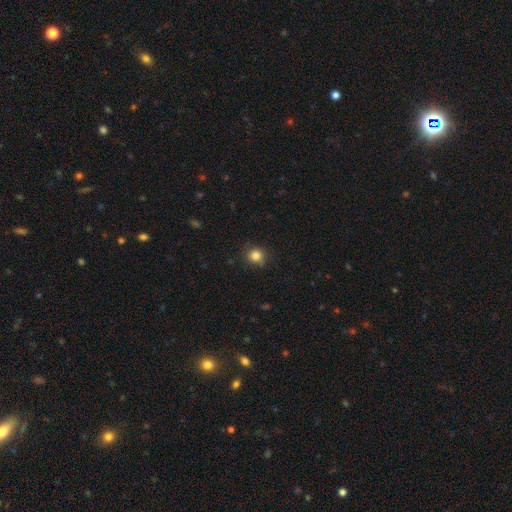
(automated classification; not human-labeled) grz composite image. It shows a smooth galaxy with no disk features (84%) that is round (88%). Merging: none (82%).